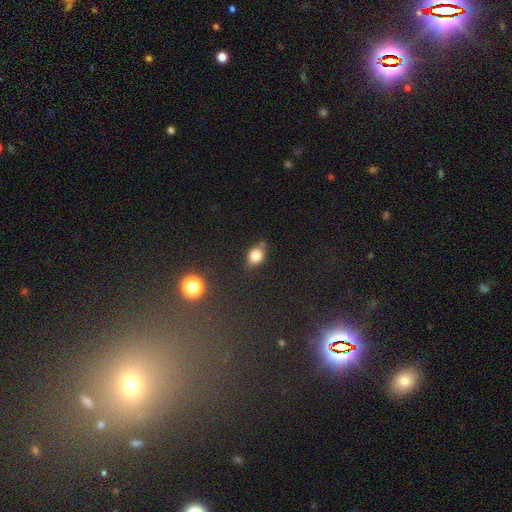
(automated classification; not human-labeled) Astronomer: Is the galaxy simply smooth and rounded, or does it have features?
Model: smooth — 80%.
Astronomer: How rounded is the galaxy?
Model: in between — 69%.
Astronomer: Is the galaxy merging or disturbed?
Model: none — 70%.